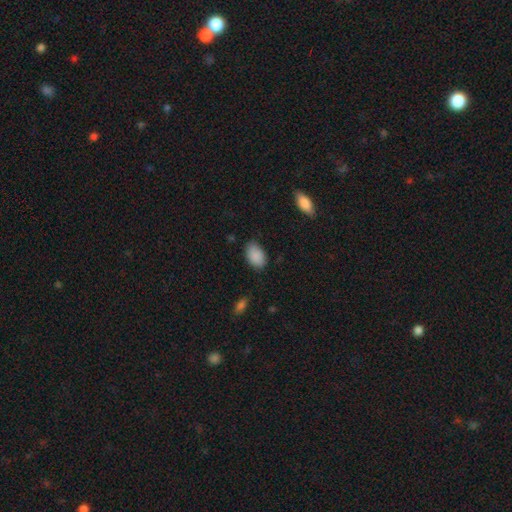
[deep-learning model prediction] Morphology: type=smooth (89%); roundness=in between (91%); merging=none (76%).